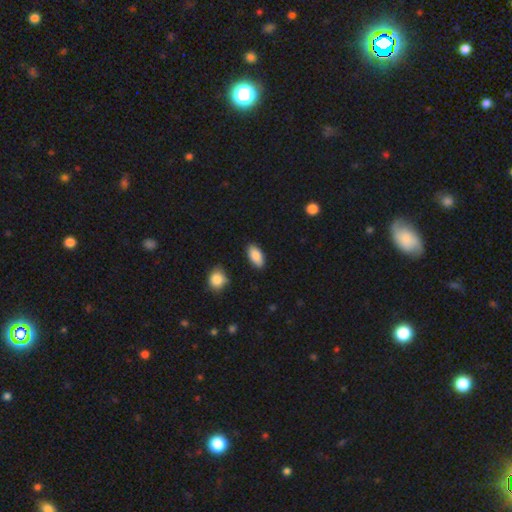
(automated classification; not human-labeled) Smooth or featured? Predicted: smooth (p=0.87). How rounded? Predicted: in between (p=0.92). Merging? Predicted: none (p=0.86).